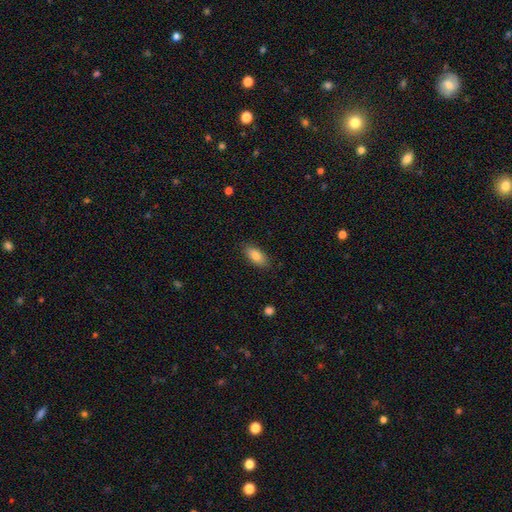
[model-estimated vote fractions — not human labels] Smooth or featured?
  - smooth: 82% *
  - featured or disk: 11%
  - star or artifact: 7%
How rounded?
  - in between: 87% *
  - cigar-shaped: 10%
  - round: 3%
Merging?
  - none: 85% *
  - minor disturbance: 12%
  - major disturbance: 2%
  - merger: 1%